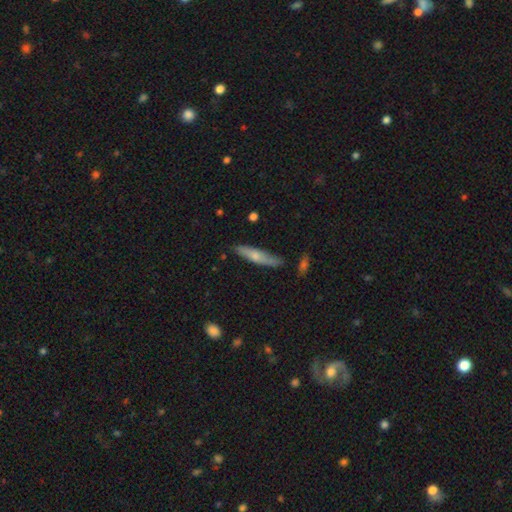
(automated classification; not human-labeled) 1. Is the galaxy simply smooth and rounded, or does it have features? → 61% smooth, 34% featured or disk, 6% star or artifact.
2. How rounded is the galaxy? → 85% cigar-shaped, 14% in between, 2% round.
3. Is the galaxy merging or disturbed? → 78% none, 17% minor disturbance, 3% major disturbance, 3% merger.